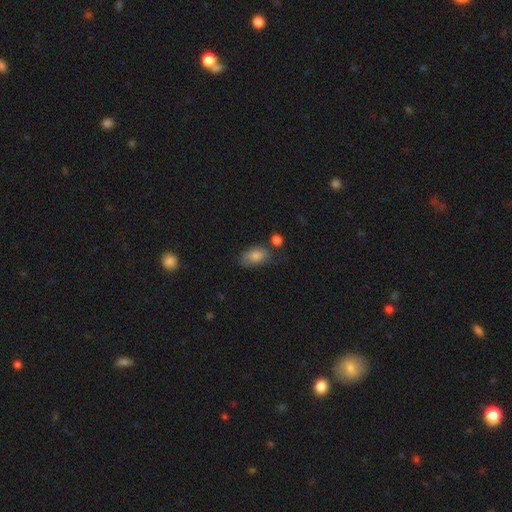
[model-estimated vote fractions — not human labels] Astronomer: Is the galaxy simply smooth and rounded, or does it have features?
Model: smooth — 81%.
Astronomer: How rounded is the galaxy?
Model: in between — 90%.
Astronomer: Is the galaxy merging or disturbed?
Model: none — 60%.